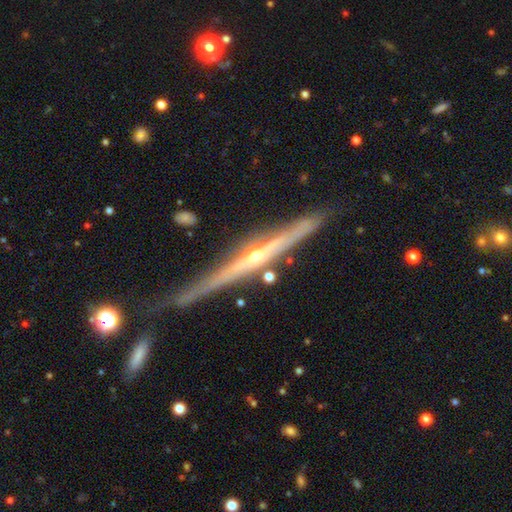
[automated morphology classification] This appears to be a featured or disk galaxy (84%) viewed edge-on (97%) with a rounded central bulge (81%). Merging: none (74%).